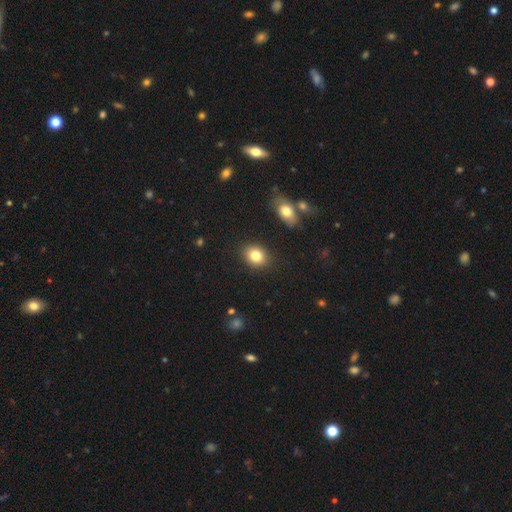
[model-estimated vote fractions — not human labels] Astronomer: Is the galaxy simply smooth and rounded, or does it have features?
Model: smooth — 82%.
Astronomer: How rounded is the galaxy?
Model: in between — 53% (runner-up: round, 46%).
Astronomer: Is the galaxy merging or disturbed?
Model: none — 86%.